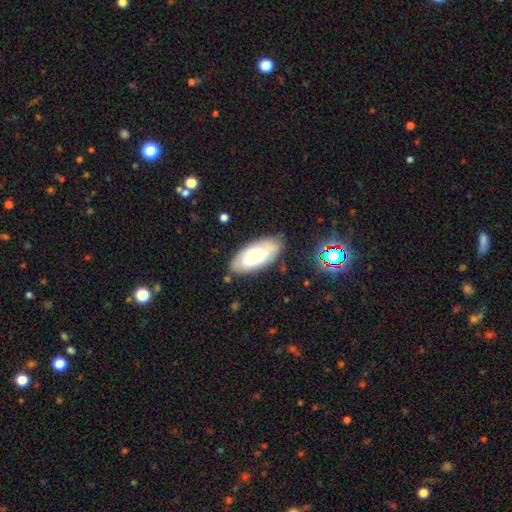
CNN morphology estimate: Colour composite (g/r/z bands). It shows a featured or disk galaxy (47%). Merging: none (76%).